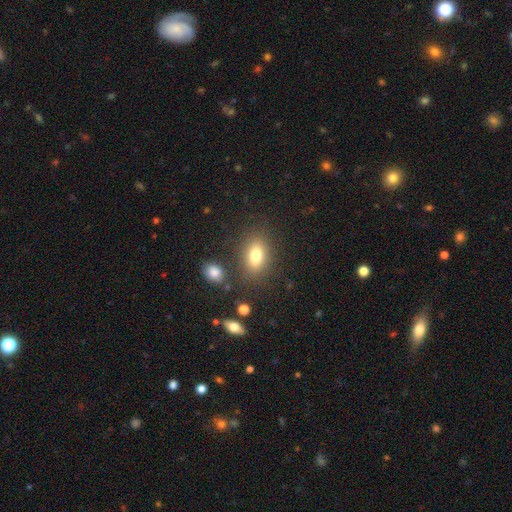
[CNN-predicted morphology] A smooth galaxy with no disk features (79%) that is in between round and cigar-shaped (80%).

Vote fractions:
- Smooth or featured? smooth: 79% / featured or disk: 11% / star or artifact: 10%
- How rounded? in between: 80% / round: 16% / cigar-shaped: 3%
- Merging? none: 80% / minor disturbance: 11% / merger: 4% / major disturbance: 4%